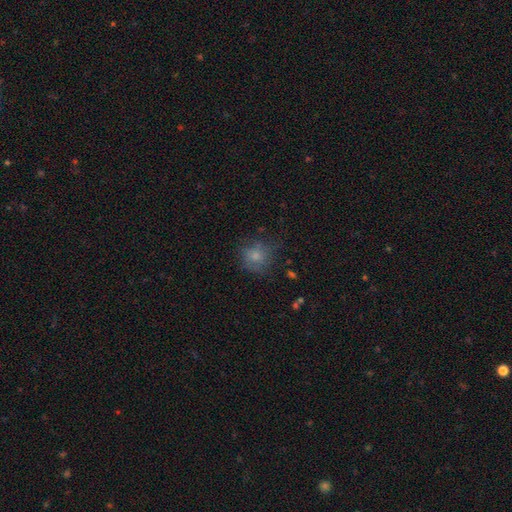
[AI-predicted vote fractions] A smooth galaxy with no disk features (74%) that is round (83%).

Vote fractions:
- Smooth or featured? smooth: 74% / featured or disk: 14% / star or artifact: 12%
- How rounded? round: 83% / in between: 16% / cigar-shaped: 1%
- Merging? none: 62% / minor disturbance: 23% / major disturbance: 13% / merger: 2%